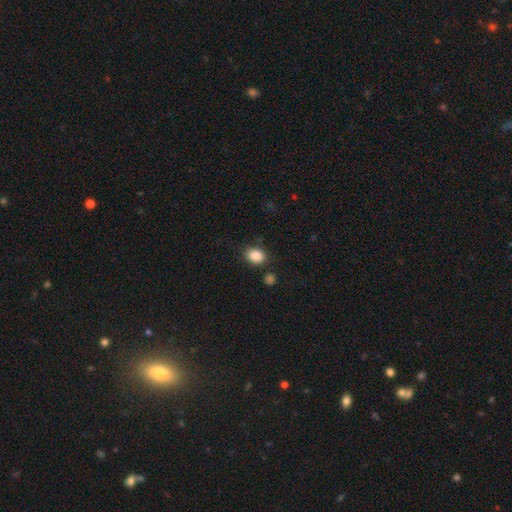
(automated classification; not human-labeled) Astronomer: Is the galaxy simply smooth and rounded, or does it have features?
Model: smooth — 87%.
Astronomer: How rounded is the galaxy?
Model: in between — 66%.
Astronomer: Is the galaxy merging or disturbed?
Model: none — 80%.